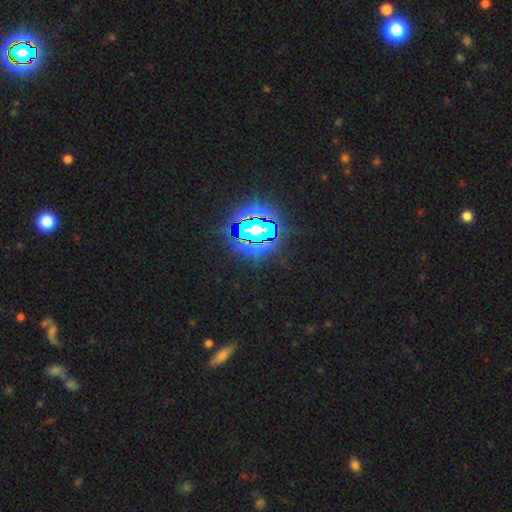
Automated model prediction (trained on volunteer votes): Smooth or featured? star or artifact (83%)